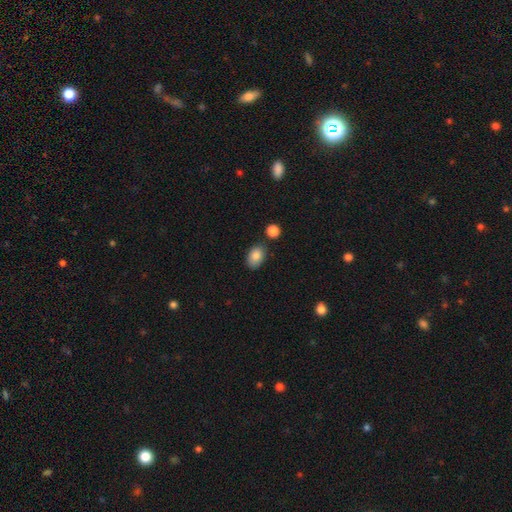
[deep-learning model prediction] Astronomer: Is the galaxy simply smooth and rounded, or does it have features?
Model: smooth — 86%.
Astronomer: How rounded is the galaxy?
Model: in between — 86%.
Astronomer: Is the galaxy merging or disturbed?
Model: none — 78%.